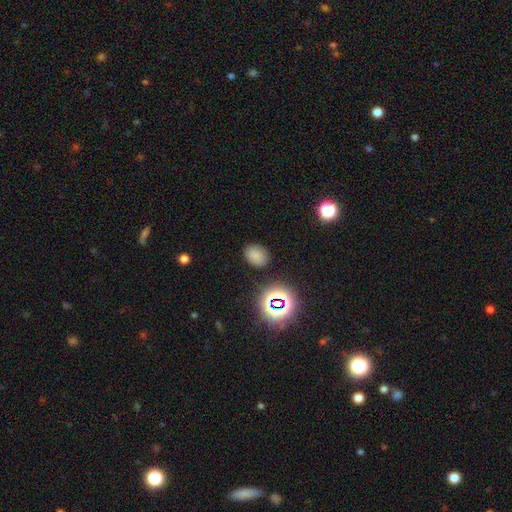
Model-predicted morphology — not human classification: type=smooth (74%); roundness=in between (60%); merging=none (83%).